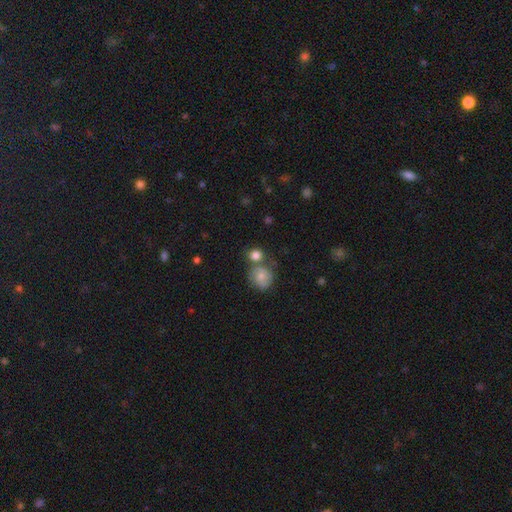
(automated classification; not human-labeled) Smooth or featured: smooth — 78% (featured or disk — 12%)
How rounded: round — 80% (in between — 19%)
Merging: none — 53% (merger — 31%)